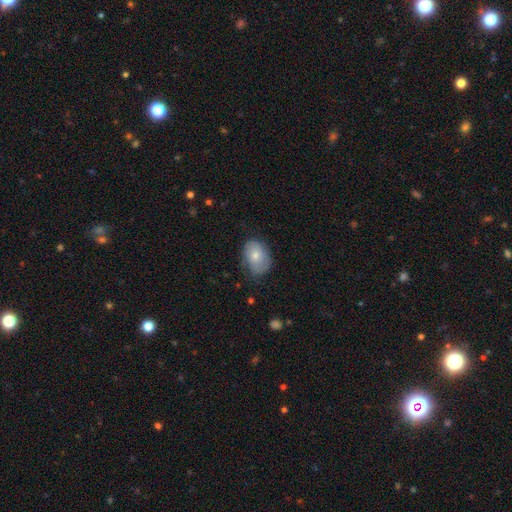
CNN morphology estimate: Overall: smooth (70%). How rounded: in between (75%). Merging: none (61%; minor disturbance 29%).